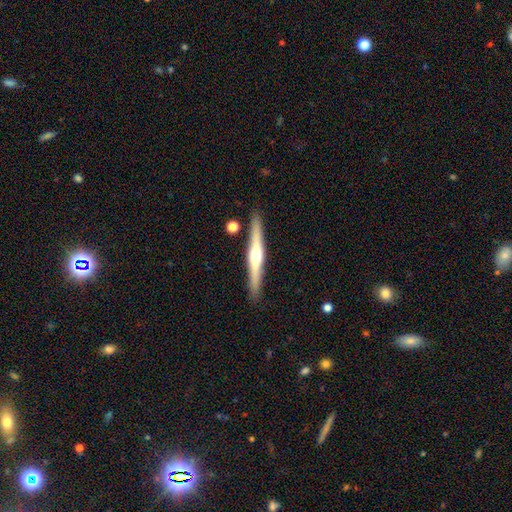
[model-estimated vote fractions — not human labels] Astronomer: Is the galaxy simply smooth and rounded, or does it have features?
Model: featured or disk — 68%.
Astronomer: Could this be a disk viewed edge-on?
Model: yes — 97%.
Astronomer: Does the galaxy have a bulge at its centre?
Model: rounded — 89%.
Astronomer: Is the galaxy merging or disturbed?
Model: none — 88%.